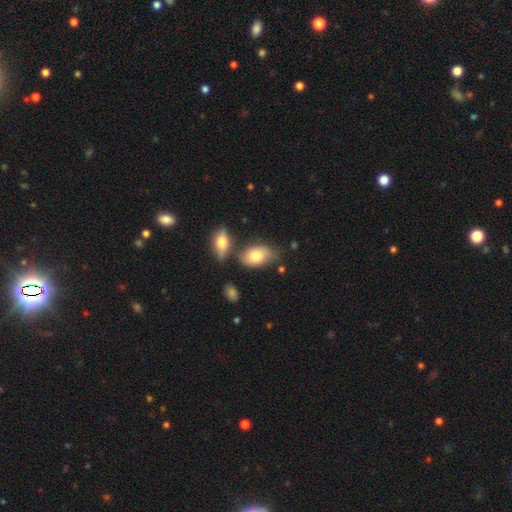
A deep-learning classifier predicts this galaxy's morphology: type=smooth (76%); roundness=in between (91%); merging=none (59%).